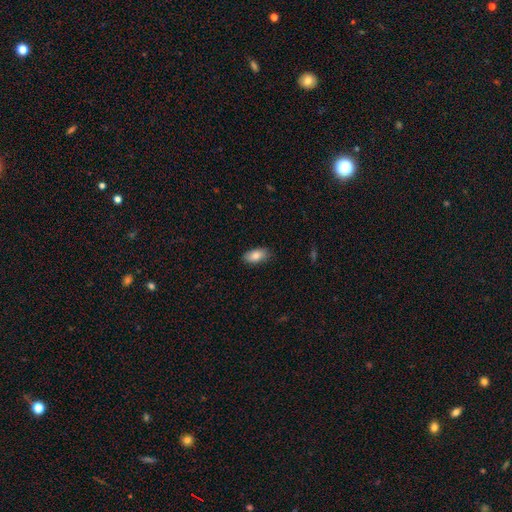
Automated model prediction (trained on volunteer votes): Q: Smooth or featured?
A: smooth (85%); runner-up: featured or disk (8%)
Q: How rounded?
A: in between (91%); runner-up: cigar-shaped (5%)
Q: Merging?
A: none (84%); runner-up: minor disturbance (13%)